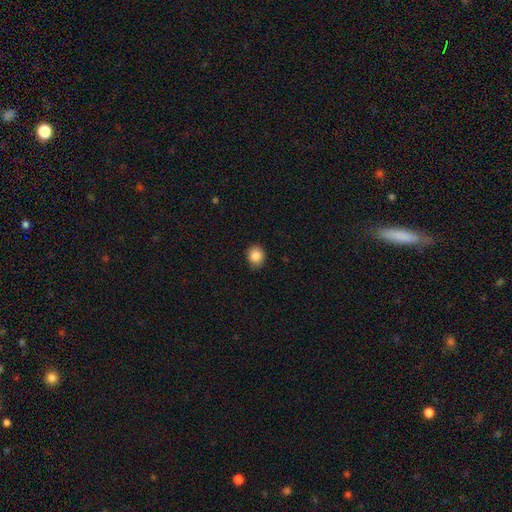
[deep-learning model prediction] Smooth or featured? Predicted: smooth (p=0.86). How rounded? Predicted: round (p=0.72). Merging? Predicted: none (p=0.83).